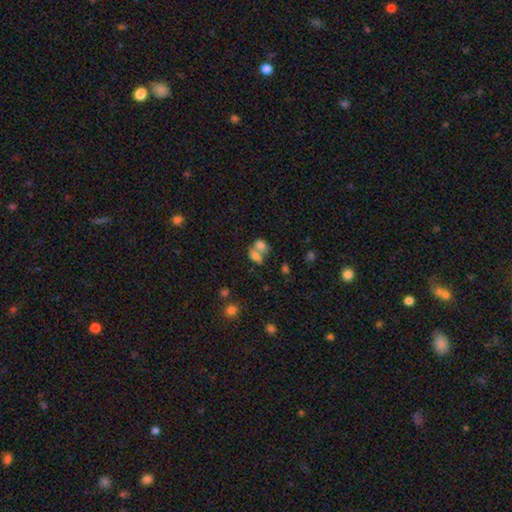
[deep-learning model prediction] Morphology: type=smooth (72%); roundness=in between (79%); merging=merger (63%).